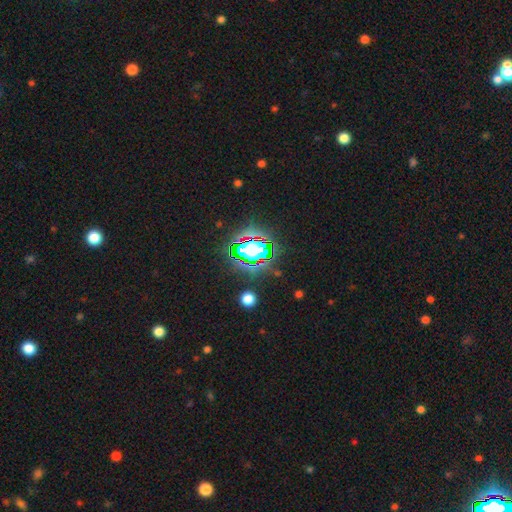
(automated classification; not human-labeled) Smooth or featured: star or artifact — 76% (smooth — 14%)